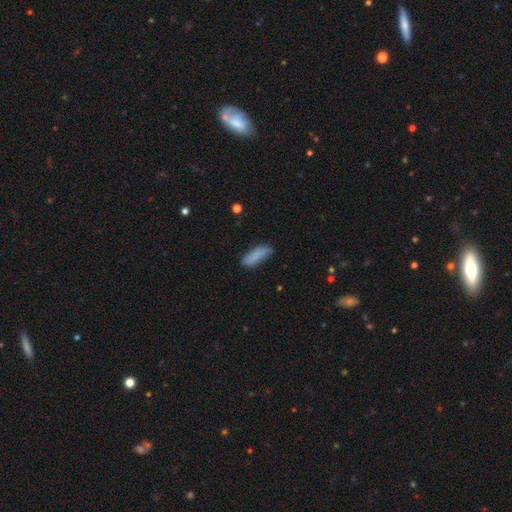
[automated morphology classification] Smooth or featured? smooth (83%)
How rounded? in between (54%)
Merging? none (73%)